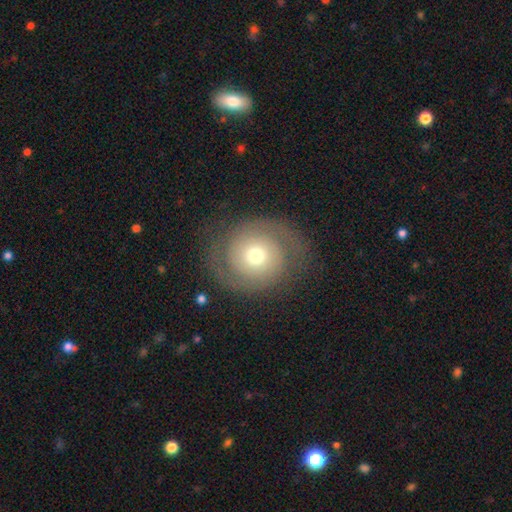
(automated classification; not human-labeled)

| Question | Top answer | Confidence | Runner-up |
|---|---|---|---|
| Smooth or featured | featured or disk | 75% | smooth (18%) |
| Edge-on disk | no | 98% | yes (2%) |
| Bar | no | 79% | weak (16%) |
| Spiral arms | yes | 92% | no (8%) |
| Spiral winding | tight | 55% | medium (34%) |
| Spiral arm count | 2 | 89% | can't tell (5%) |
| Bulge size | moderate | 59% | small (32%) |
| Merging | none | 82% | minor disturbance (11%) |